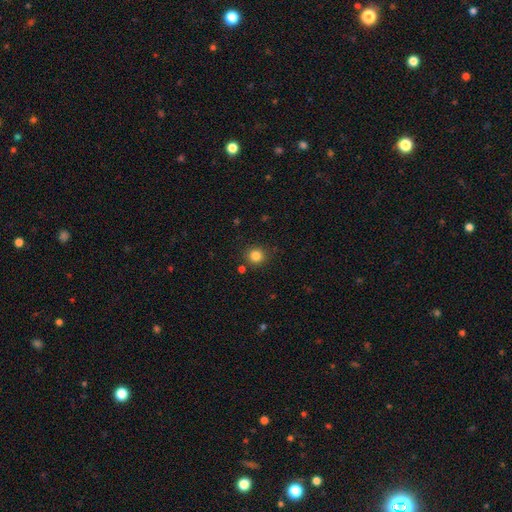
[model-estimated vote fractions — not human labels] Smooth or featured?
  - smooth: 83% *
  - star or artifact: 12%
  - featured or disk: 5%
How rounded?
  - round: 92% *
  - in between: 7%
  - cigar-shaped: 1%
Merging?
  - none: 87% *
  - minor disturbance: 7%
  - merger: 4%
  - major disturbance: 2%